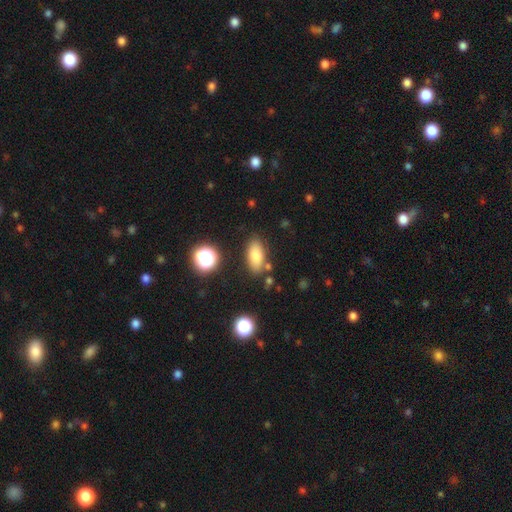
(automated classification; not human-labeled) Smooth or featured? Predicted: smooth (p=0.79). How rounded? Predicted: in between (p=0.85). Merging? Predicted: none (p=0.80).